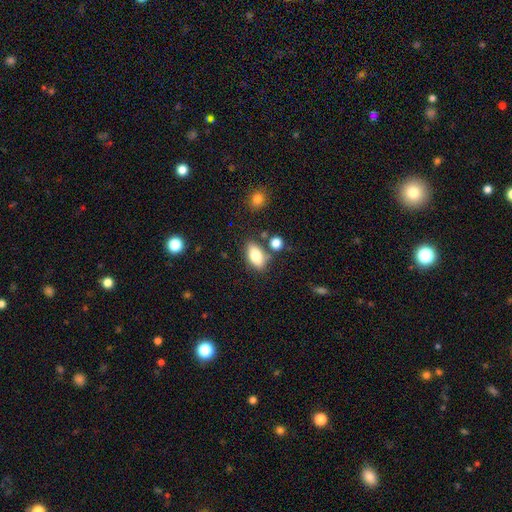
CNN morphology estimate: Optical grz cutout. It shows a smooth galaxy with no disk features (77%) that is in between round and cigar-shaped (88%). Merging: none (70%).